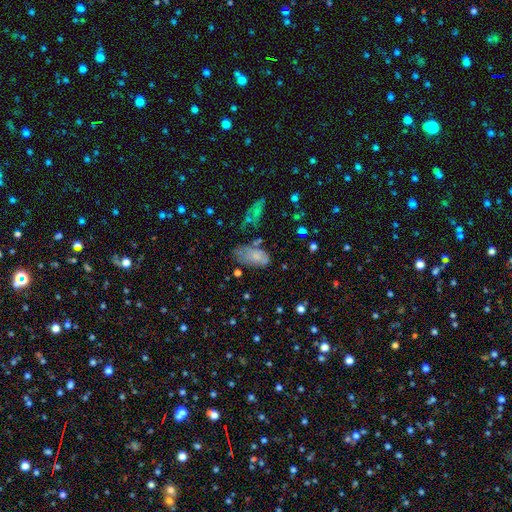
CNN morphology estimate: Q: Smooth or featured?
A: smooth (67%); runner-up: featured or disk (24%)
Q: How rounded?
A: in between (92%); runner-up: cigar-shaped (5%)
Q: Merging?
A: none (43%); runner-up: minor disturbance (30%)